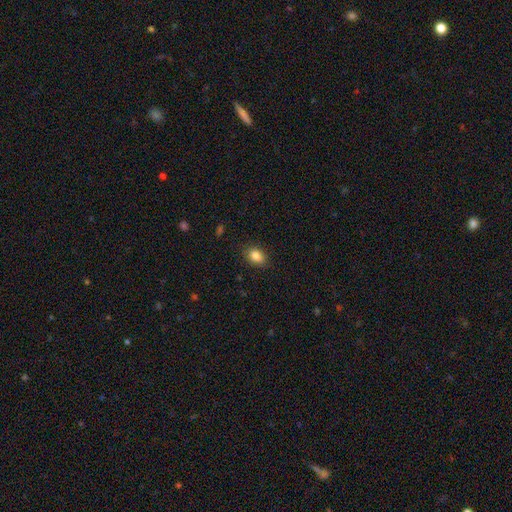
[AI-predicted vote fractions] smooth 85%, star or artifact 9%, featured or disk 6%. Down the decision tree: how rounded — in between (78%); merging — none (86%).